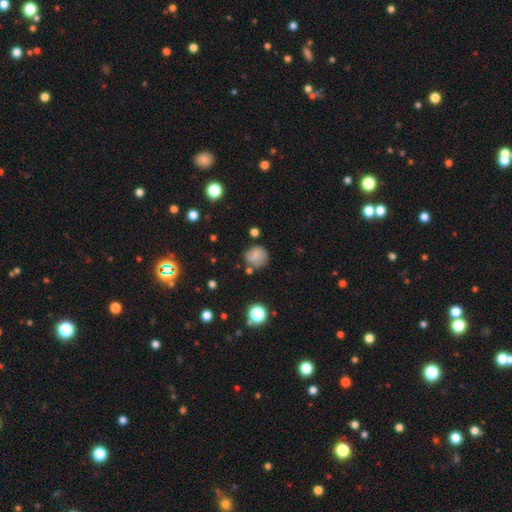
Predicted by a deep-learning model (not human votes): Smooth or featured?
  - smooth: 65% *
  - featured or disk: 23%
  - star or artifact: 12%
How rounded?
  - round: 86% *
  - in between: 13%
  - cigar-shaped: 1%
Merging?
  - none: 65% *
  - minor disturbance: 20%
  - merger: 8%
  - major disturbance: 7%